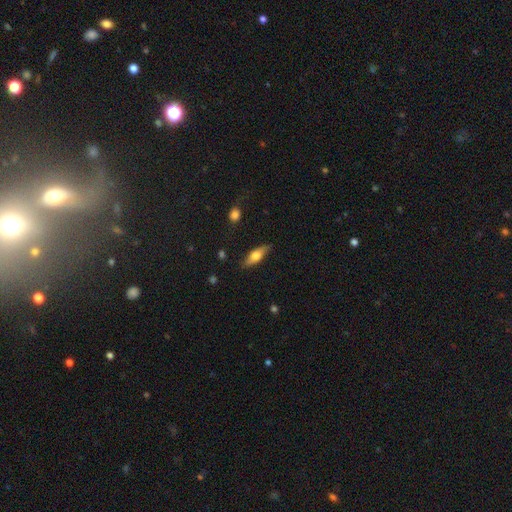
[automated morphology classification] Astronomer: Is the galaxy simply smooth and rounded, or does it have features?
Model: smooth — 57% (runner-up: featured or disk, 37%).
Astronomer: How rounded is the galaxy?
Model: in between — 55% (runner-up: cigar-shaped, 42%).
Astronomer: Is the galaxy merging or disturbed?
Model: none — 82%.